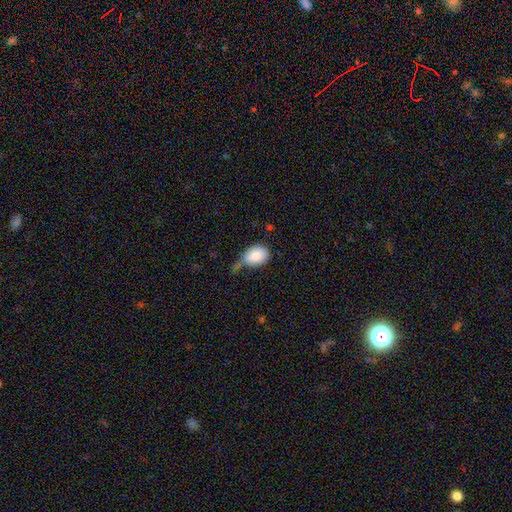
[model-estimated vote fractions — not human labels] Smooth or featured?
  - smooth: 86% *
  - star or artifact: 7%
  - featured or disk: 7%
How rounded?
  - in between: 70% *
  - round: 28%
  - cigar-shaped: 1%
Merging?
  - minor disturbance: 38% *
  - none: 34%
  - major disturbance: 19%
  - merger: 9%